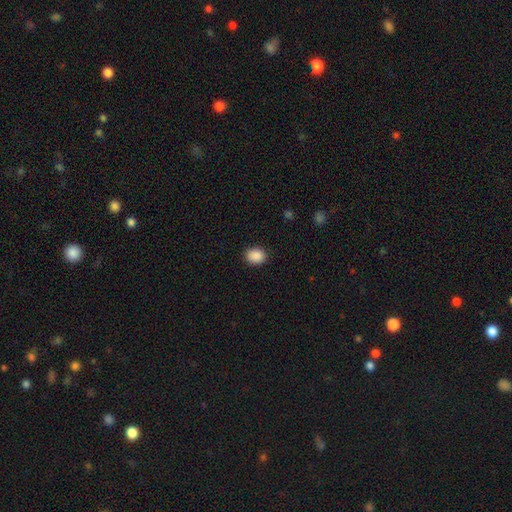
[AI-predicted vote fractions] A smooth galaxy with no disk features (89%) that is round (56%).

Vote fractions:
- Smooth or featured? smooth: 89% / star or artifact: 8% / featured or disk: 2%
- How rounded? round: 56% / in between: 43% / cigar-shaped: 1%
- Merging? none: 90% / minor disturbance: 7% / major disturbance: 2% / merger: 1%